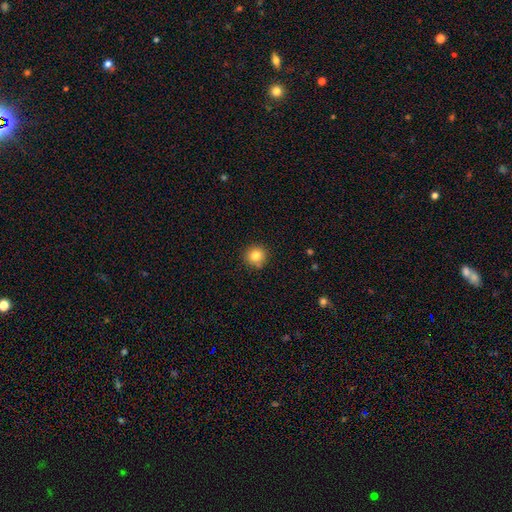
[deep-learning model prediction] A smooth galaxy with no disk features (82%) that is round (94%). Merging: none (86%).